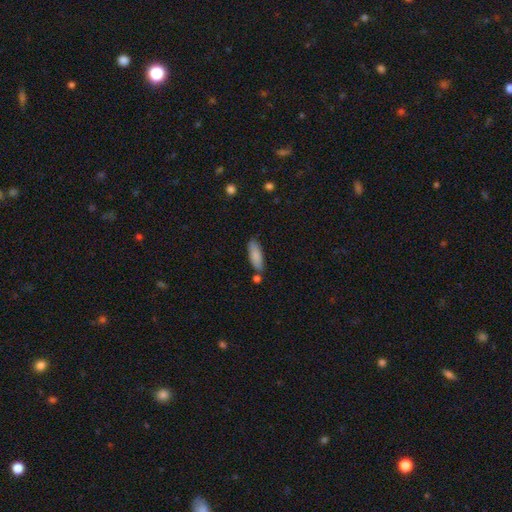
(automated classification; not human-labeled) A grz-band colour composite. It shows a smooth galaxy with no disk features (85%) that is in between round and cigar-shaped (59%). Merging: none (70%).